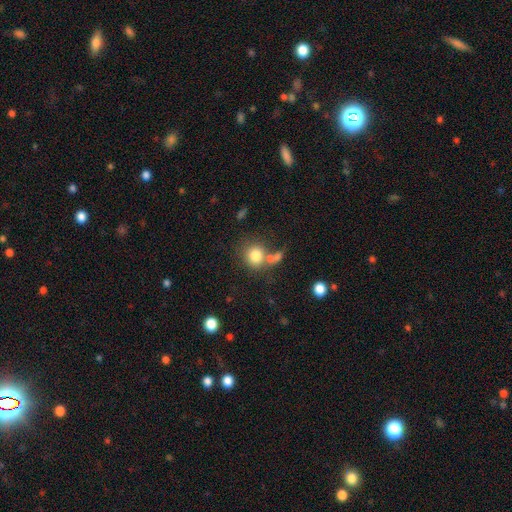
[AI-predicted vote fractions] Smooth or featured?
  - smooth: 80% *
  - star or artifact: 11%
  - featured or disk: 10%
How rounded?
  - round: 85% *
  - in between: 14%
  - cigar-shaped: 1%
Merging?
  - none: 56% *
  - merger: 25%
  - minor disturbance: 12%
  - major disturbance: 6%